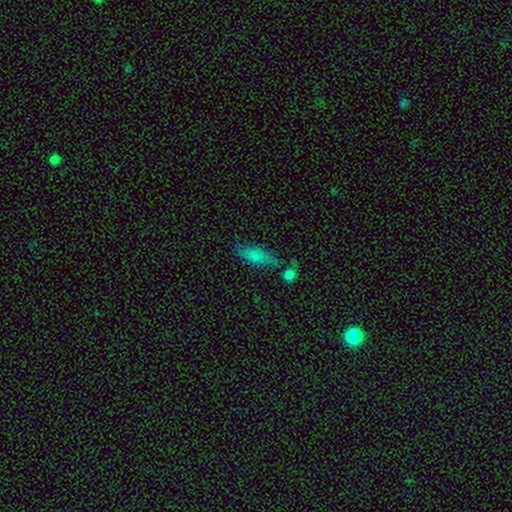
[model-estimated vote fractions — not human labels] Smooth or featured: smooth — 76% (featured or disk — 15%)
How rounded: in between — 64% (cigar-shaped — 32%)
Merging: none — 58% (minor disturbance — 21%)